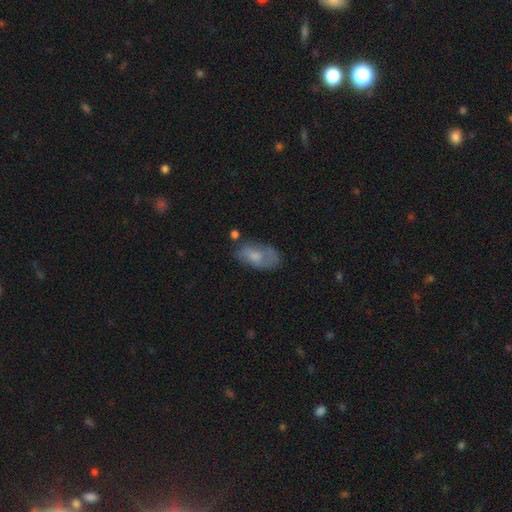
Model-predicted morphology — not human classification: Smooth or featured? smooth (62%)
How rounded? in between (91%)
Merging? none (49%)